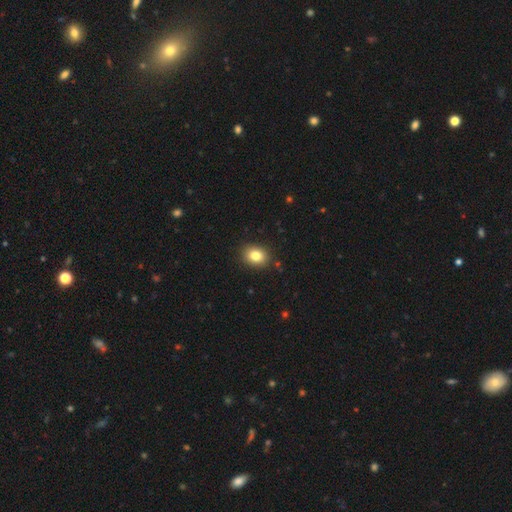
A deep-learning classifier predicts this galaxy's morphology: The model was most divided on "how rounded": in between: 53%, round: 46%, cigar-shaped: 1%. More confident: merging — none (89%); smooth or featured — smooth (82%).